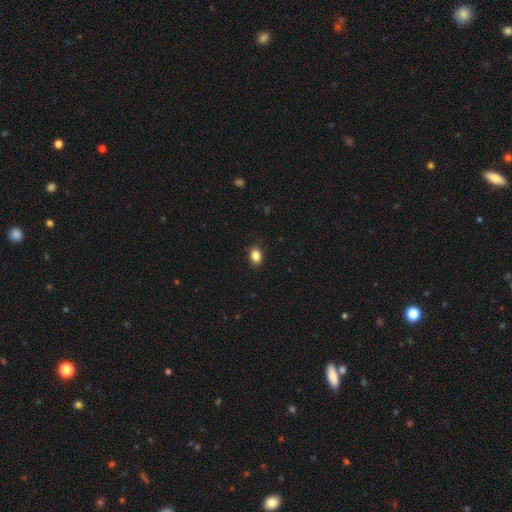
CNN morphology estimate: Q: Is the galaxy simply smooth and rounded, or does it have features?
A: smooth — 86%.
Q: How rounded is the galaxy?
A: in between — 69%.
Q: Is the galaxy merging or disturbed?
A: none — 89%.